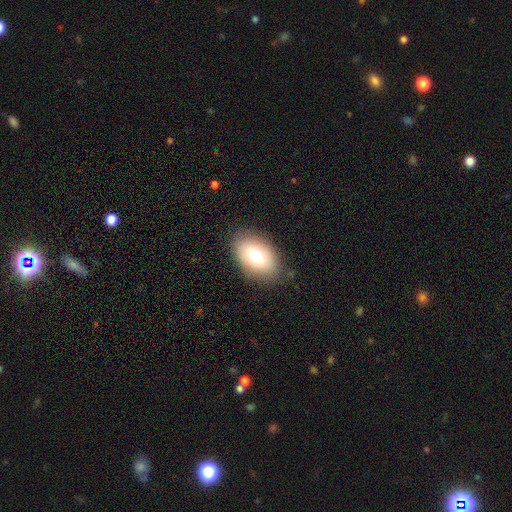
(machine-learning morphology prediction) Q: Smooth or featured?
A: smooth (74%); runner-up: featured or disk (18%)
Q: How rounded?
A: in between (90%); runner-up: round (9%)
Q: Merging?
A: none (82%); runner-up: minor disturbance (13%)